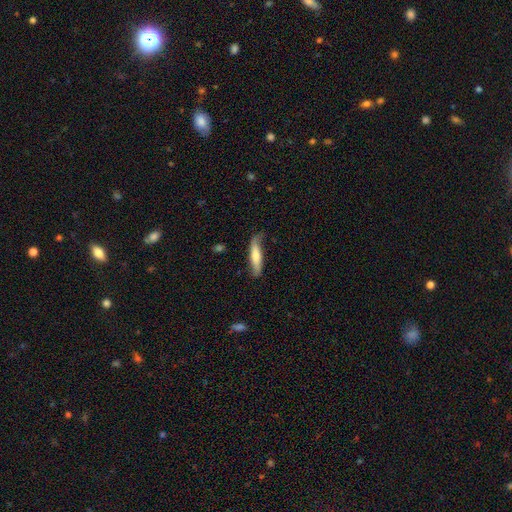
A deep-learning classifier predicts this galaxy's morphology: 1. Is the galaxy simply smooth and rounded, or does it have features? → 63% smooth, 31% featured or disk, 5% star or artifact.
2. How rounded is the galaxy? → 78% cigar-shaped, 20% in between, 2% round.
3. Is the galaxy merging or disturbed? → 63% none, 28% minor disturbance, 7% major disturbance, 2% merger.